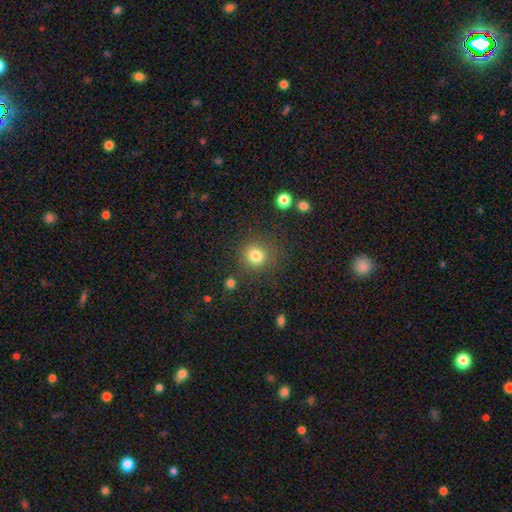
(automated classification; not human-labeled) Q: Smooth or featured?
A: smooth (81%); runner-up: star or artifact (13%)
Q: How rounded?
A: round (89%); runner-up: in between (10%)
Q: Merging?
A: none (83%); runner-up: minor disturbance (10%)